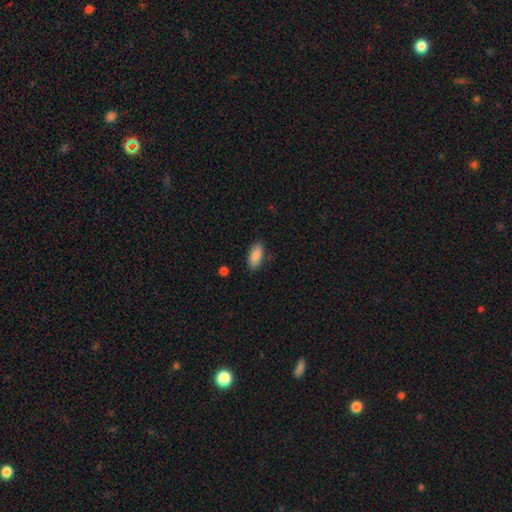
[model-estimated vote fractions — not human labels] Smooth or featured?
  - smooth: 88% *
  - star or artifact: 7%
  - featured or disk: 6%
How rounded?
  - in between: 90% *
  - cigar-shaped: 8%
  - round: 2%
Merging?
  - none: 83% *
  - minor disturbance: 12%
  - major disturbance: 3%
  - merger: 2%